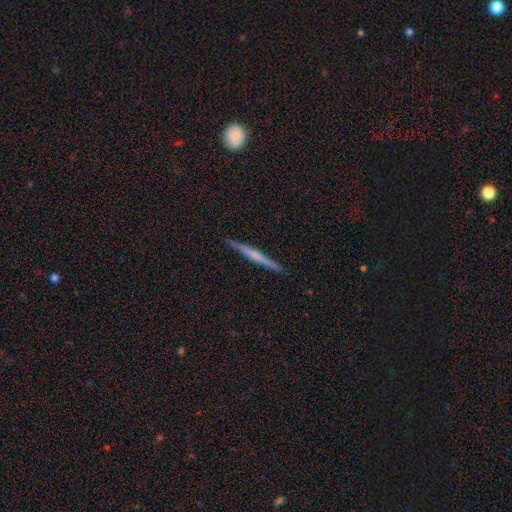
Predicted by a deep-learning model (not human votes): smooth_or_featured: featured or disk (p=0.63) [alt: smooth p=0.31]
disk_edge_on: yes (p=0.98) [alt: no p=0.02]
edge_on_bulge: none (p=0.46) [alt: rounded p=0.38]
merging: none (p=0.92) [alt: minor disturbance p=0.06]